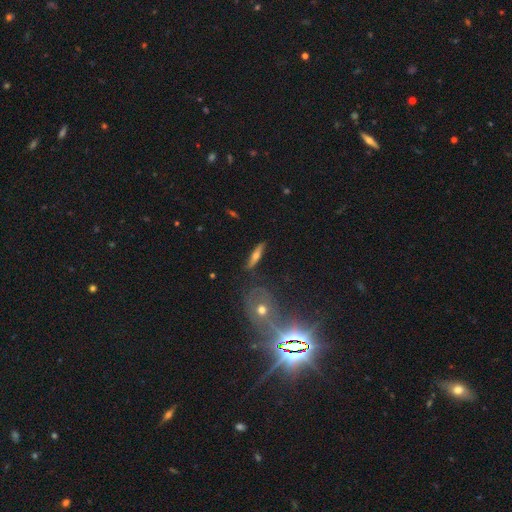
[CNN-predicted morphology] Smooth or featured?
  - featured or disk: 53% *
  - smooth: 35%
  - star or artifact: 11%
Edge-on disk?
  - yes: 88% *
  - no: 12%
Merging?
  - none: 84% *
  - minor disturbance: 10%
  - merger: 3%
  - major disturbance: 3%